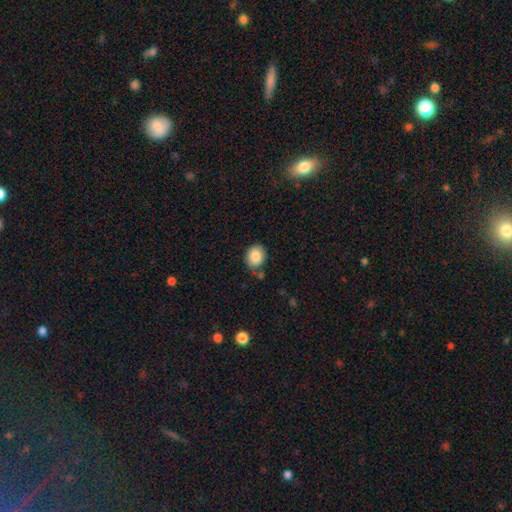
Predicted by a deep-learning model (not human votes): A smooth galaxy with no disk features (85%) that is round (62%). Merging: none (73%).